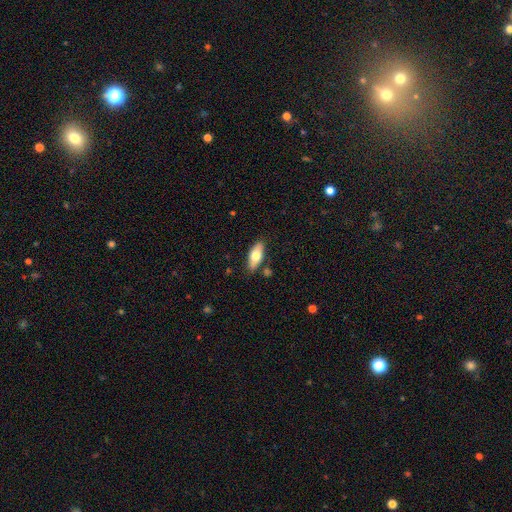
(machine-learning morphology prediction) The model was most divided on "smooth or featured": smooth: 71%, featured or disk: 23%, star or artifact: 6%. More confident: merging — none (82%); how rounded — in between (81%).